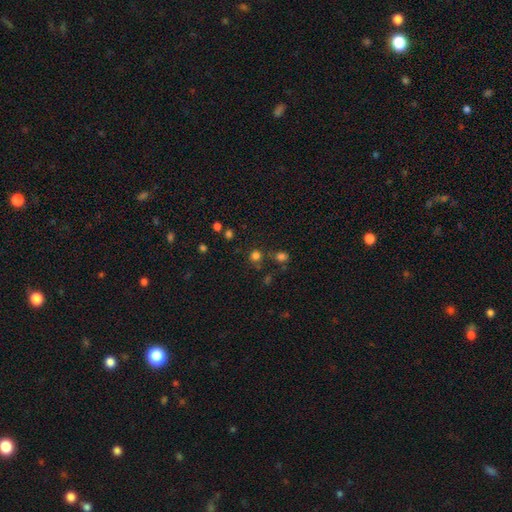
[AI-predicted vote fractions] A smooth galaxy with no disk features (73%) that is round (89%).

Vote fractions:
- Smooth or featured? smooth: 73% / star or artifact: 21% / featured or disk: 6%
- How rounded? round: 89% / in between: 10% / cigar-shaped: 1%
- Merging? none: 74% / merger: 11% / minor disturbance: 10% / major disturbance: 5%